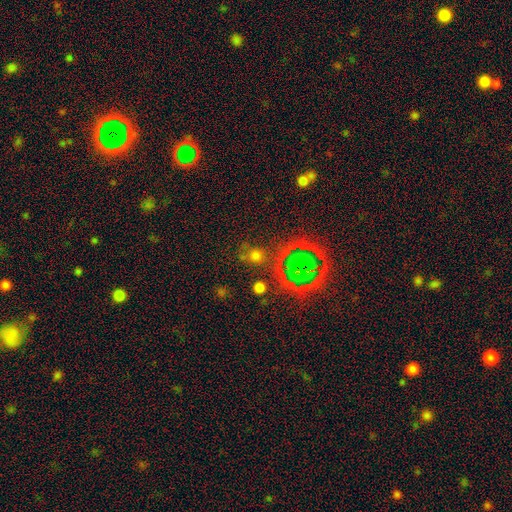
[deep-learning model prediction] The model was most divided on "smooth or featured": smooth: 56%, star or artifact: 32%, featured or disk: 12%. More confident: how rounded — round (83%); merging — none (70%).